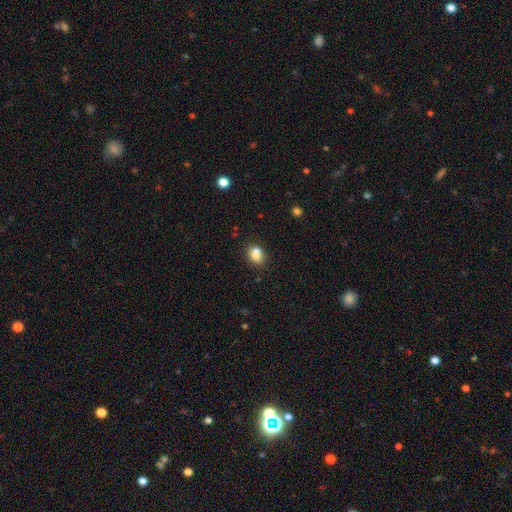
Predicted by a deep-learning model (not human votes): smooth 79%, star or artifact 11%, featured or disk 10%. Down the decision tree: how rounded — round (50%); merging — none (51%).